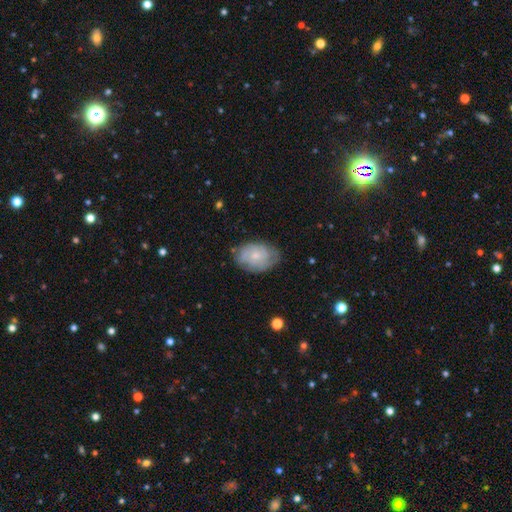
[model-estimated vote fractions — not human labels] Overall: smooth (49%; featured or disk 44%). Merging: none (68%).